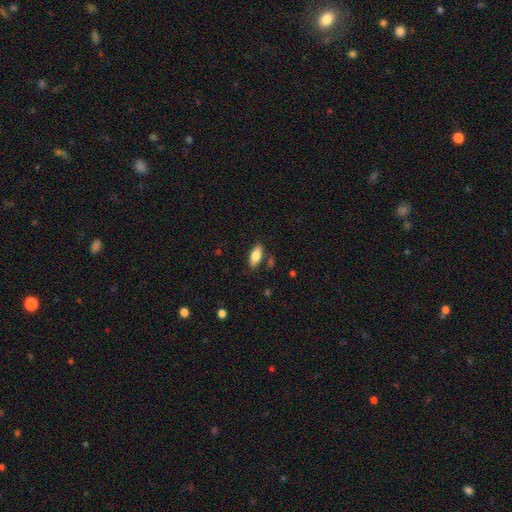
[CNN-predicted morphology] The model was most divided on "smooth or featured": smooth: 80%, featured or disk: 14%, star or artifact: 7%. More confident: how rounded — in between (85%); merging — none (82%).